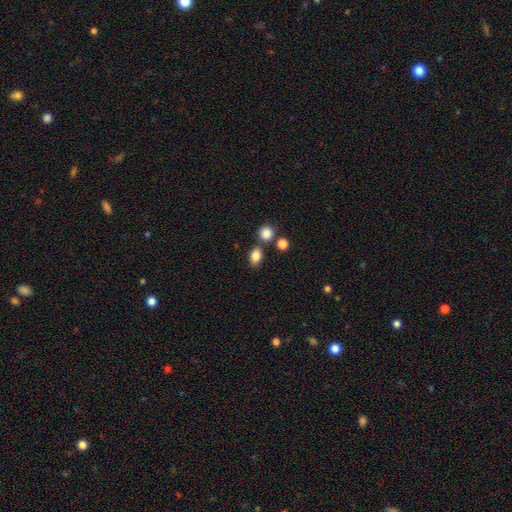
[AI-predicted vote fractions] Overall: smooth (84%). How rounded: in between (74%). Merging: none (72%).